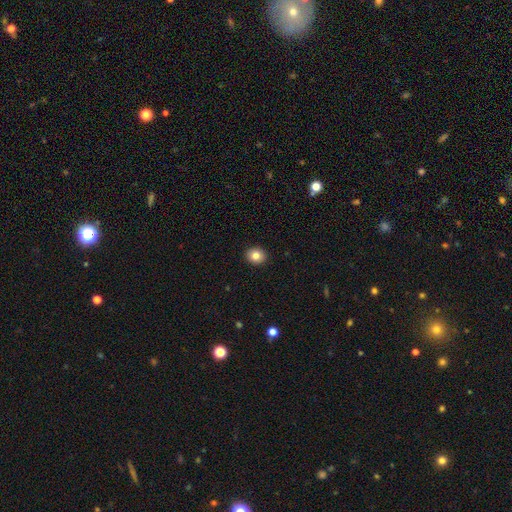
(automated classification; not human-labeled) Smooth or featured? Predicted: smooth (p=0.82). How rounded? Predicted: round (p=0.68). Merging? Predicted: none (p=0.92).